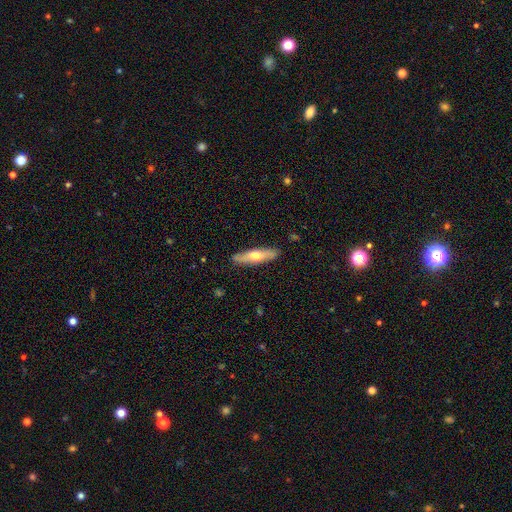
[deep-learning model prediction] Smooth or featured? Predicted: smooth (p=0.51). How rounded? Predicted: cigar-shaped (p=0.76). Merging? Predicted: none (p=0.89).